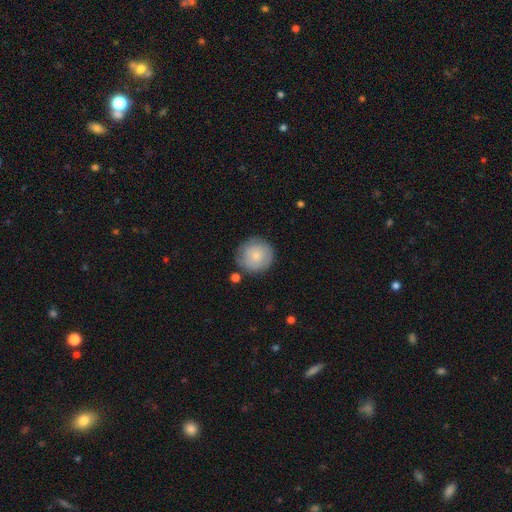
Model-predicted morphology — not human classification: smooth-or-featured: smooth: 74% | featured or disk: 19% | star or artifact: 6%
  how-rounded: round: 93% | in between: 6% | cigar-shaped: 1%
  merging: none: 76% | minor disturbance: 16% | major disturbance: 4% | merger: 3%